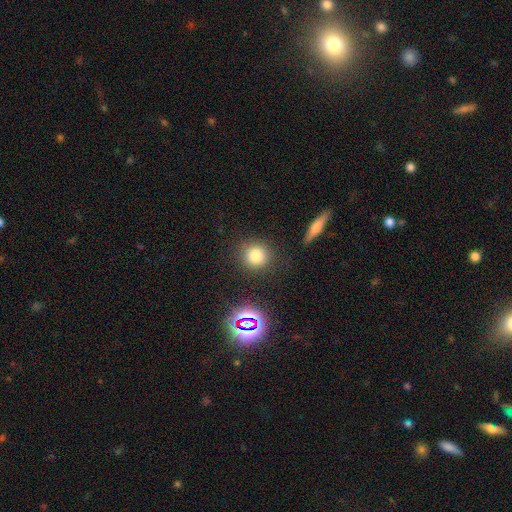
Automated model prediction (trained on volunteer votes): Smooth or featured? Predicted: smooth (p=0.78). How rounded? Predicted: round (p=0.91). Merging? Predicted: none (p=0.86).